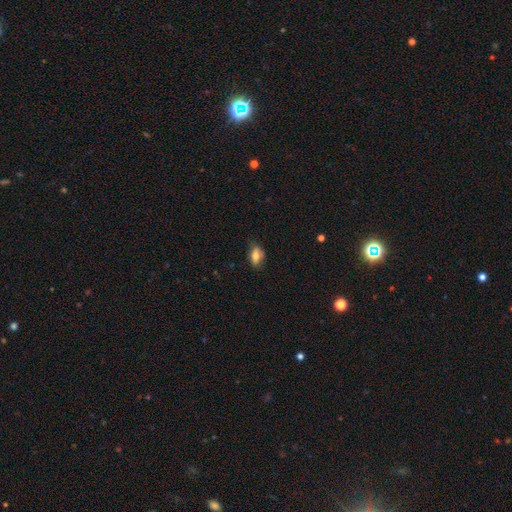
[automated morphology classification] Overall: smooth (67%). How rounded: in between (84%). Merging: none (62%; minor disturbance 28%).